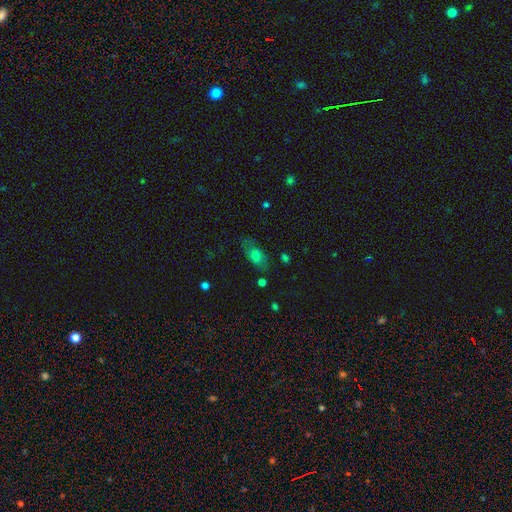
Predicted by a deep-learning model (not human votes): Smooth or featured?
  - smooth: 63% *
  - featured or disk: 25%
  - star or artifact: 11%
How rounded?
  - in between: 83% *
  - round: 9%
  - cigar-shaped: 9%
Merging?
  - none: 69% *
  - minor disturbance: 20%
  - major disturbance: 9%
  - merger: 3%